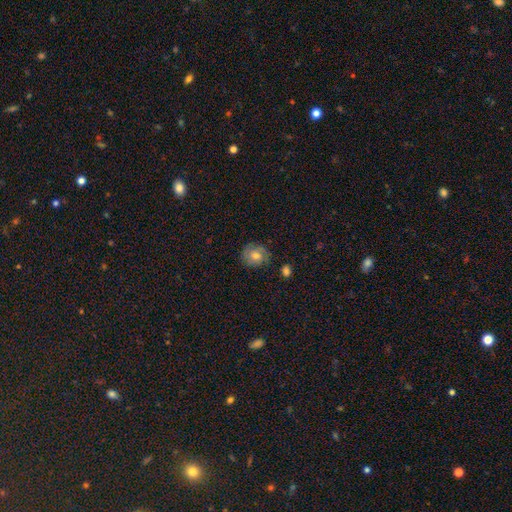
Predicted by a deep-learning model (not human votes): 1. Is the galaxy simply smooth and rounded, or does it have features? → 65% smooth, 25% featured or disk, 10% star or artifact.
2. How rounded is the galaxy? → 72% round, 27% in between, 1% cigar-shaped.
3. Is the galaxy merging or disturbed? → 76% none, 17% minor disturbance, 4% major disturbance, 2% merger.